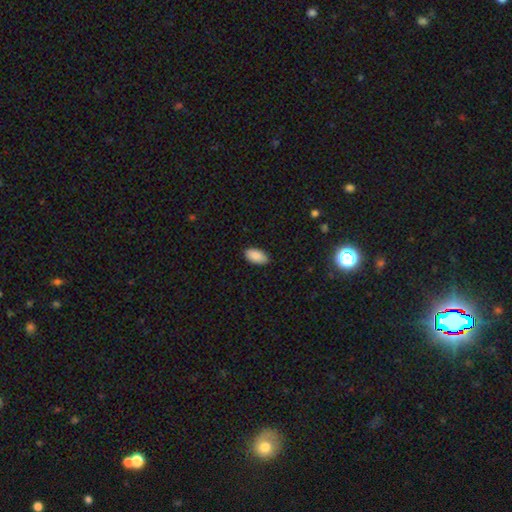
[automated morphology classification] Q: Smooth or featured?
A: smooth (90%); runner-up: star or artifact (6%)
Q: How rounded?
A: in between (95%); runner-up: cigar-shaped (2%)
Q: Merging?
A: none (88%); runner-up: minor disturbance (9%)